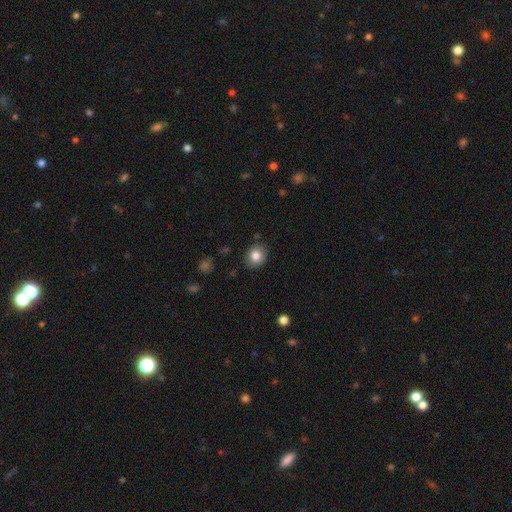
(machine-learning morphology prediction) The model was most divided on "how rounded": round: 66%, in between: 33%, cigar-shaped: 1%. More confident: merging — none (86%); smooth or featured — smooth (82%).